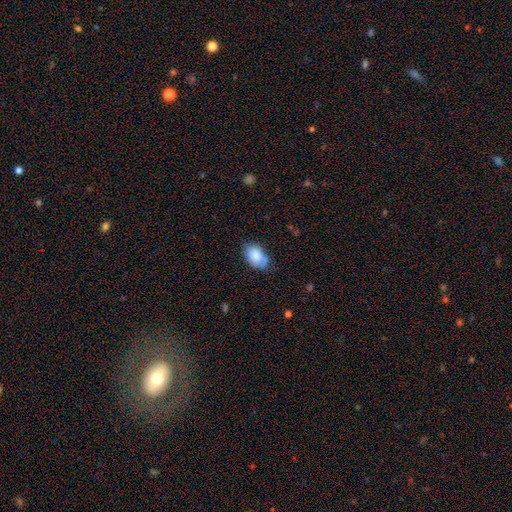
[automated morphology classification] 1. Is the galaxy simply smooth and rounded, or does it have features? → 79% smooth, 14% featured or disk, 7% star or artifact.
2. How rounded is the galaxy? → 88% in between, 11% round, 1% cigar-shaped.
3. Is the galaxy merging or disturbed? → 65% none, 26% minor disturbance, 6% major disturbance, 3% merger.